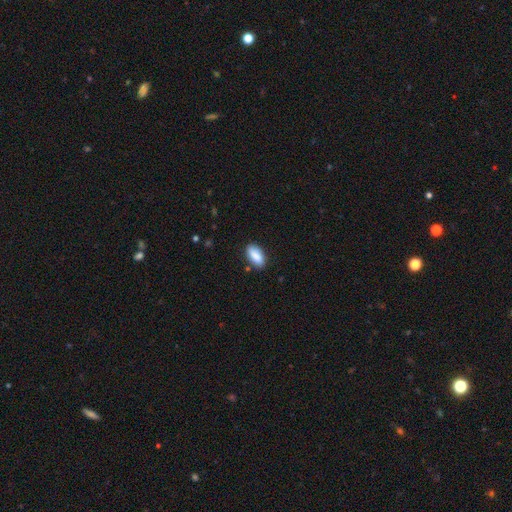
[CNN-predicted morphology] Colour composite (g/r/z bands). It shows a smooth galaxy with no disk features (88%) that is in between round and cigar-shaped (91%). Merging: none (82%).